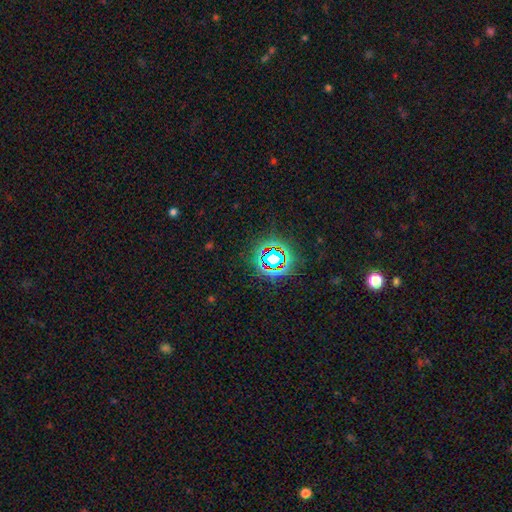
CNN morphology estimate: Q: Smooth or featured?
A: star or artifact (79%); runner-up: smooth (13%)